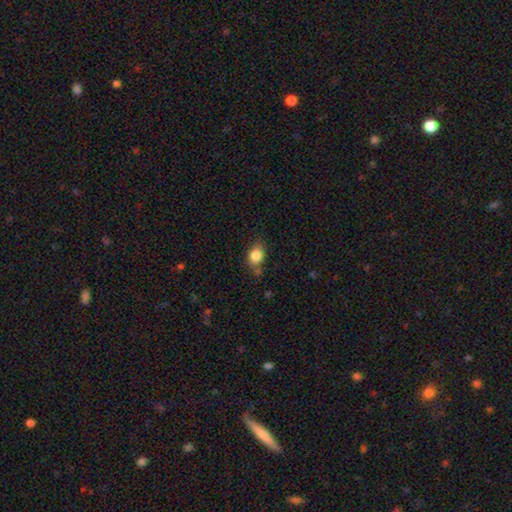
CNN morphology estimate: Smooth or featured: smooth — 84% (star or artifact — 9%)
How rounded: in between — 62% (round — 36%)
Merging: none — 66% (minor disturbance — 21%)